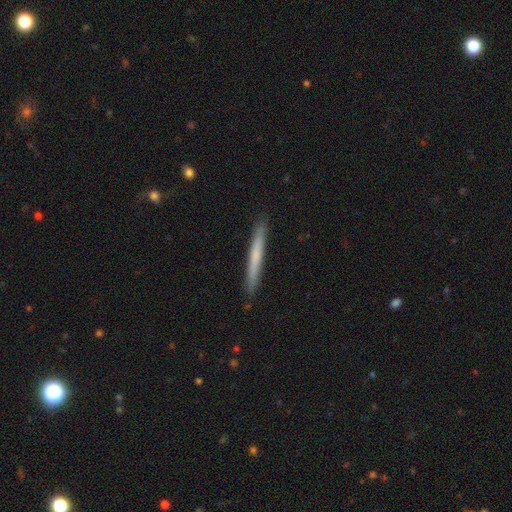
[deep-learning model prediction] Q: Smooth or featured?
A: smooth (59%); runner-up: featured or disk (36%)
Q: How rounded?
A: cigar-shaped (97%); runner-up: in between (2%)
Q: Merging?
A: none (92%); runner-up: minor disturbance (6%)